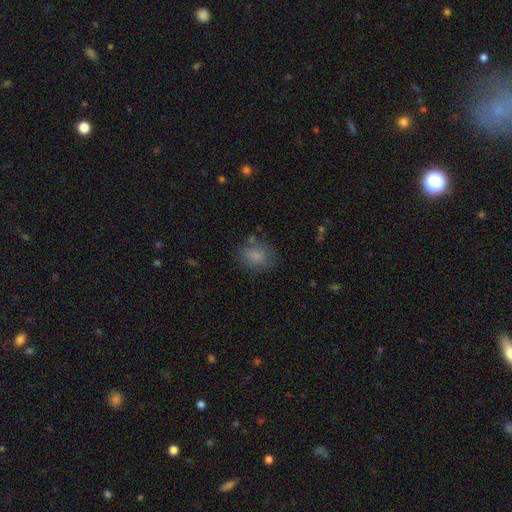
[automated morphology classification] Overall: smooth (82%). How rounded: round (67%; in between 32%). Merging: none (75%).